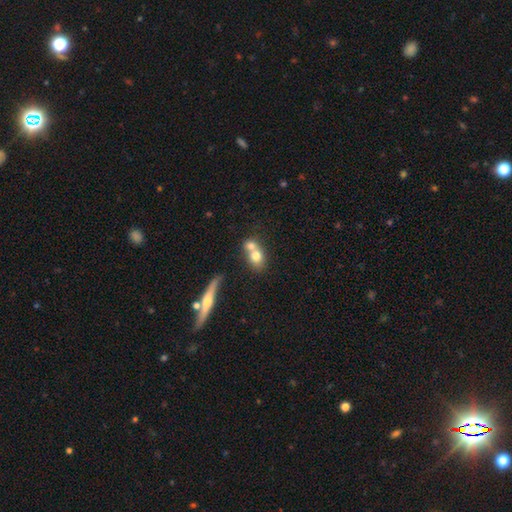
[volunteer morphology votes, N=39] A smooth galaxy with no disk features (74%) that is round (52%). Merging: merger (56%).